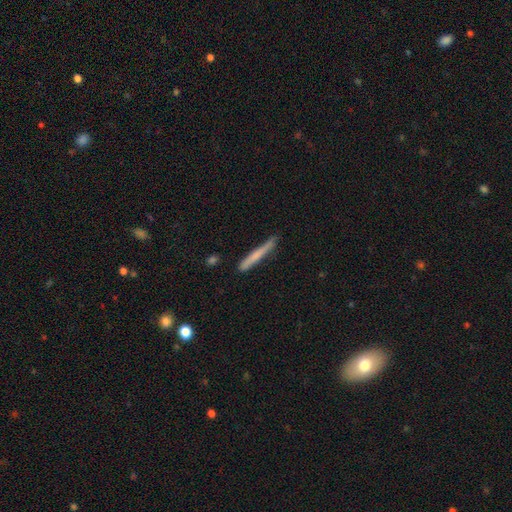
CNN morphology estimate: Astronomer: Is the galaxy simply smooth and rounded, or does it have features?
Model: smooth — 63%.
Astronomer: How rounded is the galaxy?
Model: cigar-shaped — 96%.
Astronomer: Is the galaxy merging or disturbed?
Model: none — 79%.